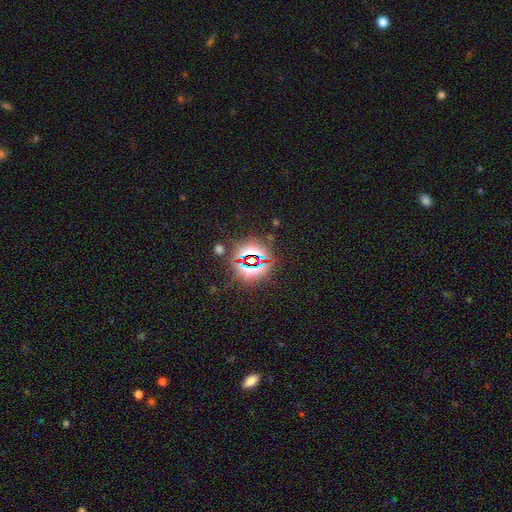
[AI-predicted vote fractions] A star or artifact, not a galaxy (78%).